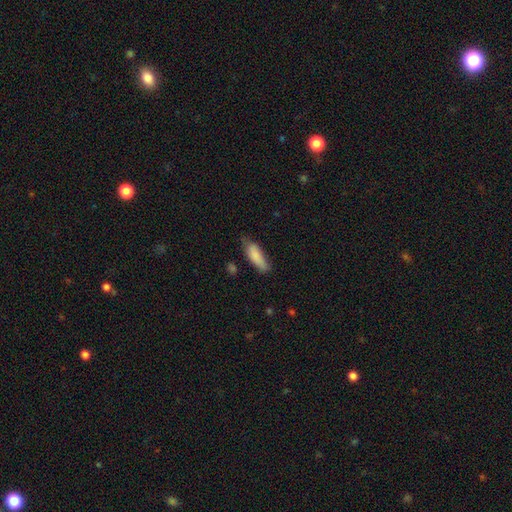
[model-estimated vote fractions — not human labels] This appears to be a smooth galaxy with no disk features (84%) that is in between round and cigar-shaped (53%). Merging: none (61%).